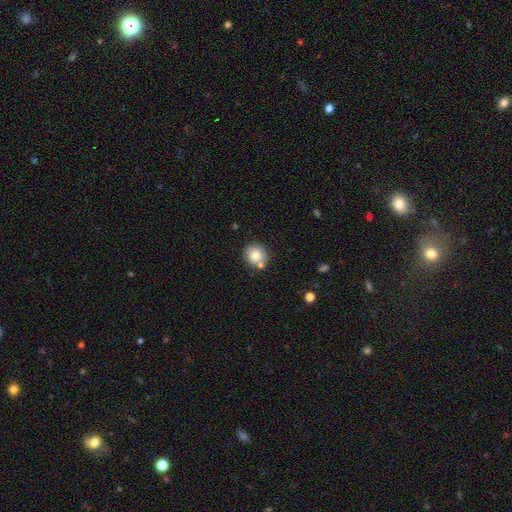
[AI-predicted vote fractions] Q: Smooth or featured?
A: smooth (79%); runner-up: featured or disk (11%)
Q: How rounded?
A: round (87%); runner-up: in between (12%)
Q: Merging?
A: none (71%); runner-up: merger (16%)